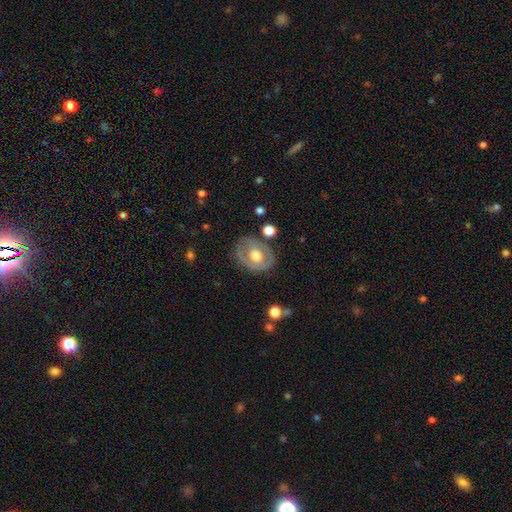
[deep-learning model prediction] featured or disk 58%, smooth 35%, star or artifact 6%. Down the decision tree: edge-on disk — no (95%); bar — no (77%); spiral arms — no (68%); bulge size — moderate (69%); merging — none (74%).